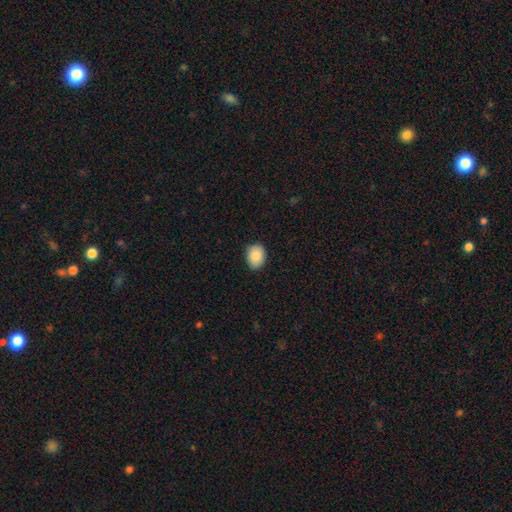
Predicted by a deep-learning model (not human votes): Morphology: type=smooth (88%); roundness=in between (61%); merging=none (84%).